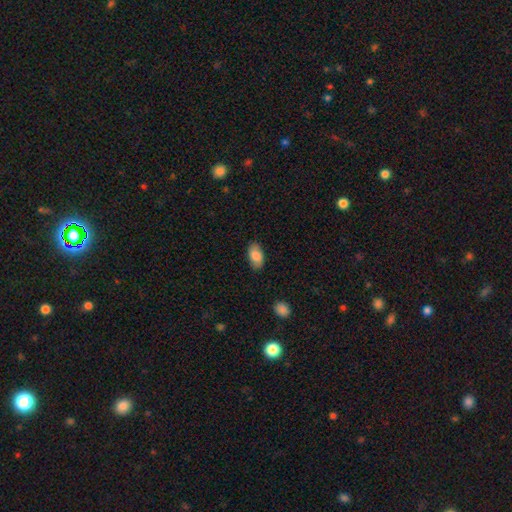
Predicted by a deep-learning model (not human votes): This is clearly a smooth galaxy (84%). How rounded: clearly in between (94%). Merging: clearly none (83%).